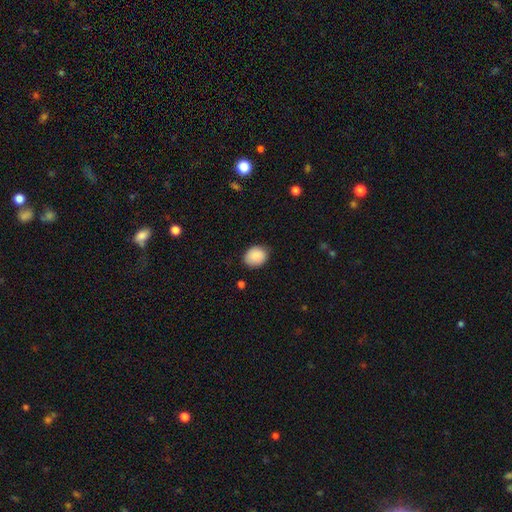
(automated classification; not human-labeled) This is clearly a smooth galaxy (88%). How rounded: possibly round (52%). Merging: likely none (80%).